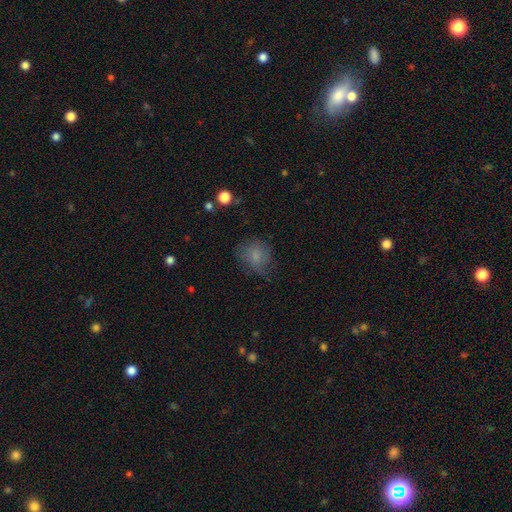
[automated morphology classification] smooth_or_featured: smooth (p=0.74) [alt: featured or disk p=0.15]
how_rounded: round (p=0.69) [alt: in between p=0.30]
merging: none (p=0.60) [alt: minor disturbance p=0.25]